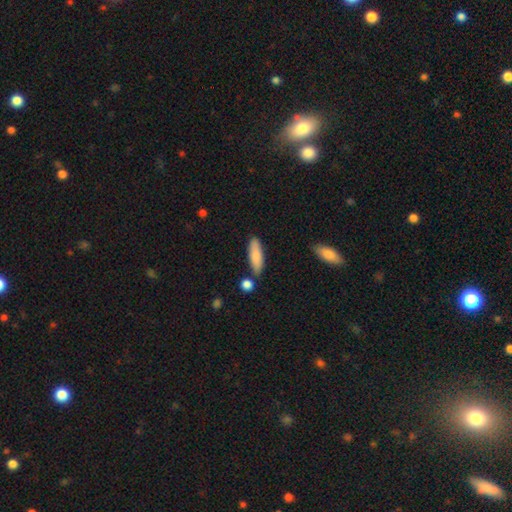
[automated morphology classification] type=smooth (84%); roundness=in between (50%); merging=none (77%).